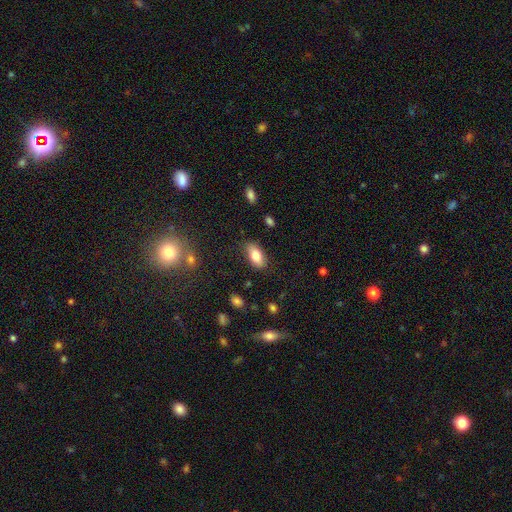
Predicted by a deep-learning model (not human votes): A smooth galaxy with no disk features (80%) that is in between round and cigar-shaped (89%).

Vote fractions:
- Smooth or featured? smooth: 80% / featured or disk: 13% / star or artifact: 7%
- How rounded? in between: 89% / cigar-shaped: 7% / round: 3%
- Merging? none: 82% / minor disturbance: 13% / major disturbance: 3% / merger: 2%